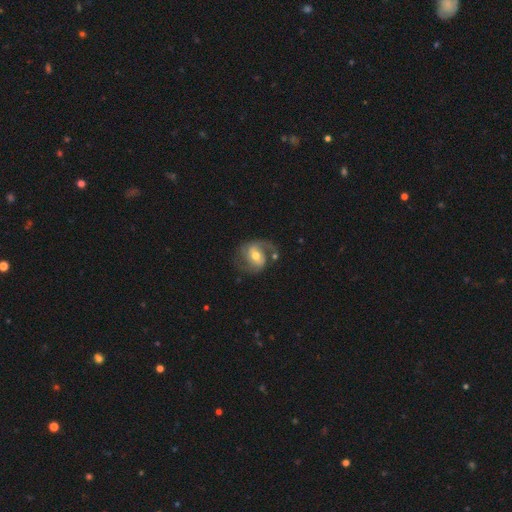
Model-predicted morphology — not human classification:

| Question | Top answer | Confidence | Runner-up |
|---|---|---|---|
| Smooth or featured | featured or disk | 75% | smooth (19%) |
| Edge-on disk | no | 97% | yes (3%) |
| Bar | weak | 46% | no (30%) |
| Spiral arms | yes | 89% | no (11%) |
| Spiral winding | medium | 49% | loose (31%) |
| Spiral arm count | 2 | 75% | 1 (15%) |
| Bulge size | moderate | 70% | small (19%) |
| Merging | none | 57% | minor disturbance (20%) |